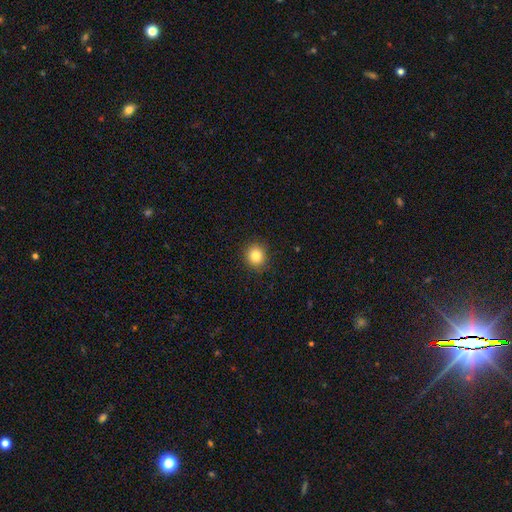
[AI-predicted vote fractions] The model was most divided on "how rounded": round: 86%, in between: 13%, cigar-shaped: 1%. More confident: merging — none (91%); smooth or featured — smooth (84%).